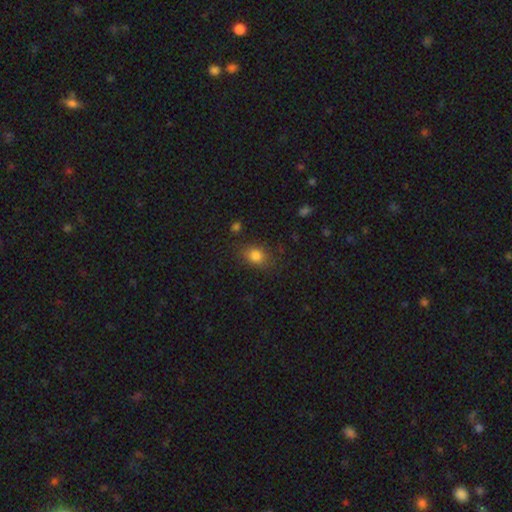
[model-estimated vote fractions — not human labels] smooth_or_featured: smooth (p=0.82) [alt: star or artifact p=0.11]
how_rounded: in between (p=0.60) [alt: round p=0.39]
merging: none (p=0.77) [alt: minor disturbance p=0.16]